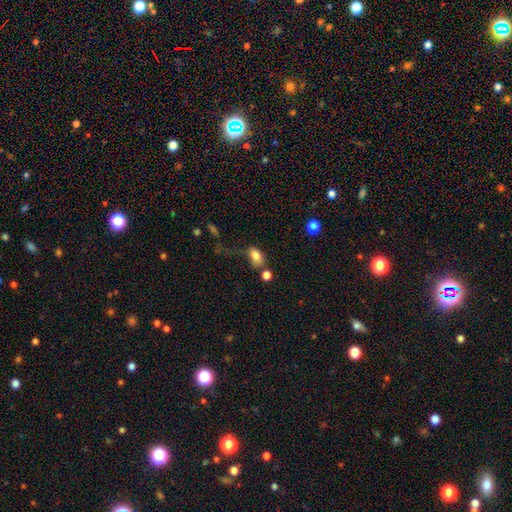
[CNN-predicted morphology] Smooth or featured: smooth — 82% (star or artifact — 9%)
How rounded: in between — 81% (round — 17%)
Merging: none — 46% (minor disturbance — 22%)